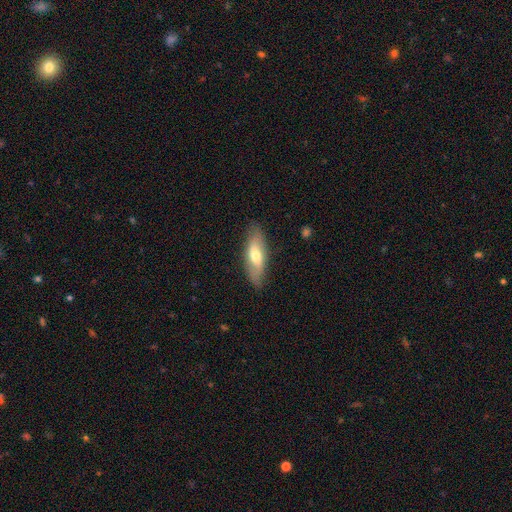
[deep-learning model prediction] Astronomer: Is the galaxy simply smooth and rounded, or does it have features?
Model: smooth — 54% (runner-up: featured or disk, 40%).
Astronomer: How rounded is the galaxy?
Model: in between — 64%.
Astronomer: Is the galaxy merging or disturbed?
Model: none — 82%.